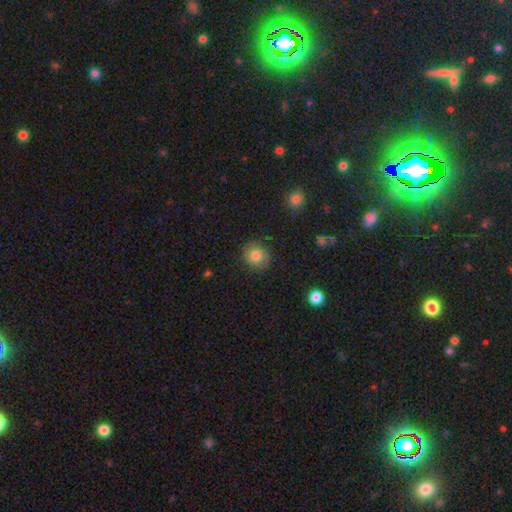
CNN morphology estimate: smooth 76%, featured or disk 15%, star or artifact 10%. Down the decision tree: how rounded — round (85%); merging — none (85%).